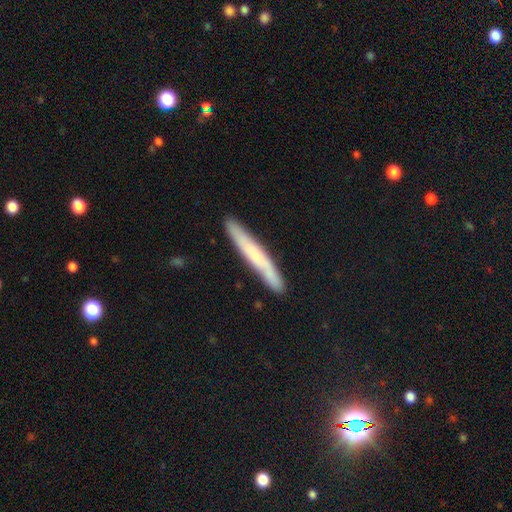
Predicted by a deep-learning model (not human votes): A smooth galaxy with no disk features (51%) that is cigar-shaped (96%). Merging: none (88%).